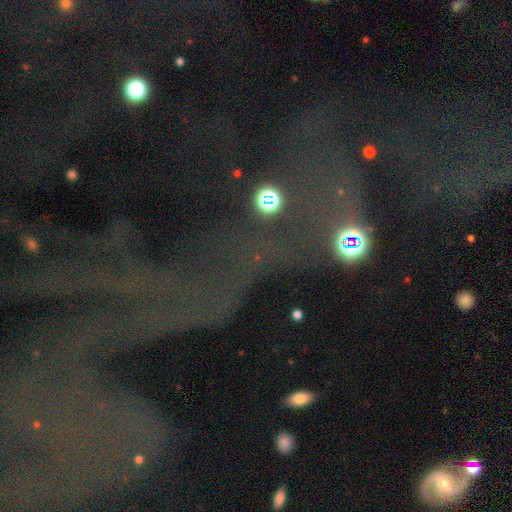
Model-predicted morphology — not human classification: smooth-or-featured: star or artifact: 63% | smooth: 19% | featured or disk: 18%